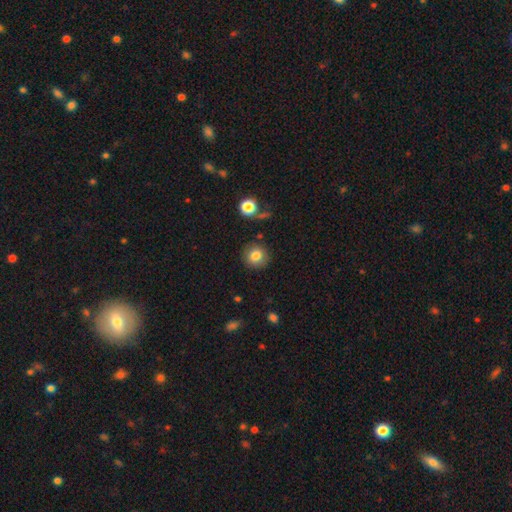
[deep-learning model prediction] Smooth or featured?
  - smooth: 82% *
  - star or artifact: 10%
  - featured or disk: 8%
How rounded?
  - round: 91% *
  - in between: 8%
  - cigar-shaped: 1%
Merging?
  - none: 87% *
  - minor disturbance: 8%
  - major disturbance: 3%
  - merger: 3%